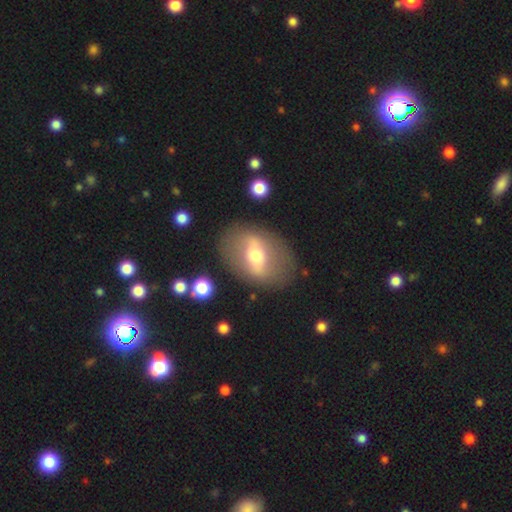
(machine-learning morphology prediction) smooth-or-featured: featured or disk: 53% | smooth: 39% | star or artifact: 8%
  disk-edge-on: no: 83% | yes: 17%
  merging: none: 77% | minor disturbance: 13% | major disturbance: 8% | merger: 2%